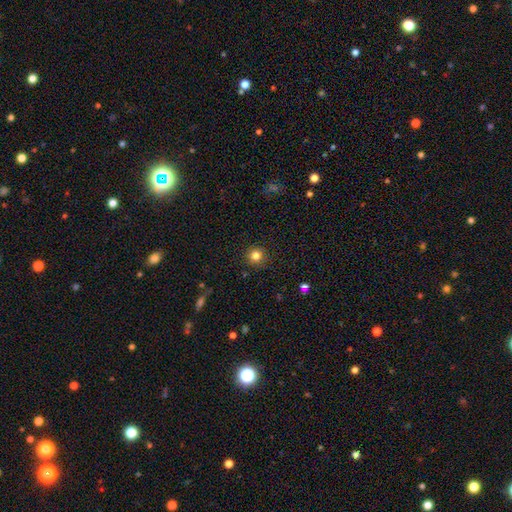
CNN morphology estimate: Smooth or featured: smooth — 82% (star or artifact — 12%)
How rounded: round — 94% (in between — 6%)
Merging: none — 90% (minor disturbance — 6%)